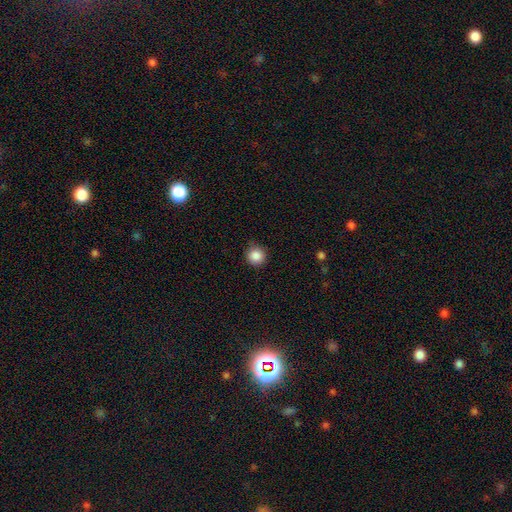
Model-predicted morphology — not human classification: smooth 87%, star or artifact 10%, featured or disk 4%. Down the decision tree: how rounded — round (93%); merging — none (84%).